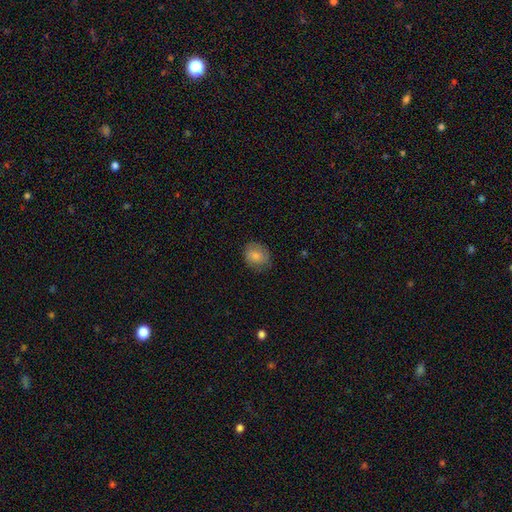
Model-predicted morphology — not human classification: type=smooth (80%); roundness=round (68%); merging=none (77%).